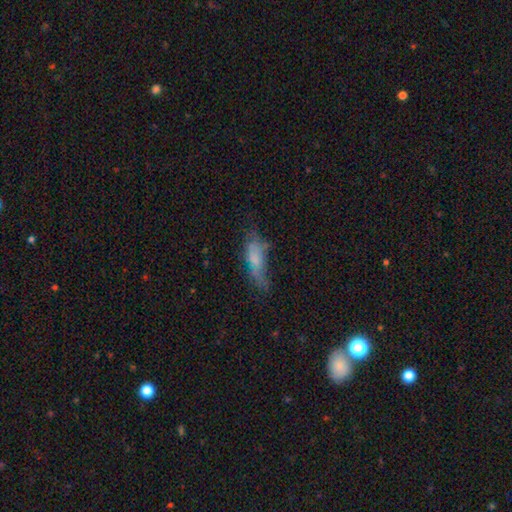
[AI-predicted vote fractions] Smooth or featured? smooth (53%)
How rounded? cigar-shaped (54%)
Merging? none (44%)